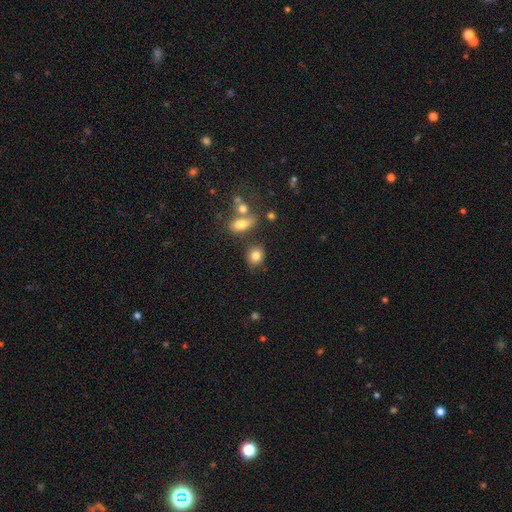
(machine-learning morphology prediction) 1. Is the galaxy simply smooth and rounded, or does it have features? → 81% smooth, 10% star or artifact, 9% featured or disk.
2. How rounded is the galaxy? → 61% round, 37% in between, 2% cigar-shaped.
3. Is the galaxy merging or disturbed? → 74% none, 12% minor disturbance, 10% merger, 4% major disturbance.